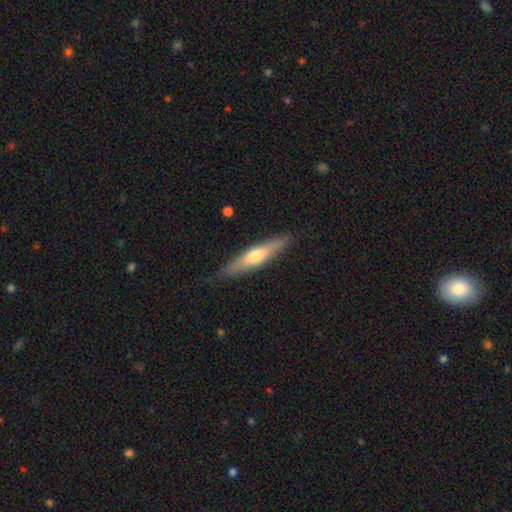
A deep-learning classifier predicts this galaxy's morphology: Smooth or featured? Predicted: smooth (p=0.51). How rounded? Predicted: cigar-shaped (p=0.83). Merging? Predicted: none (p=0.83).